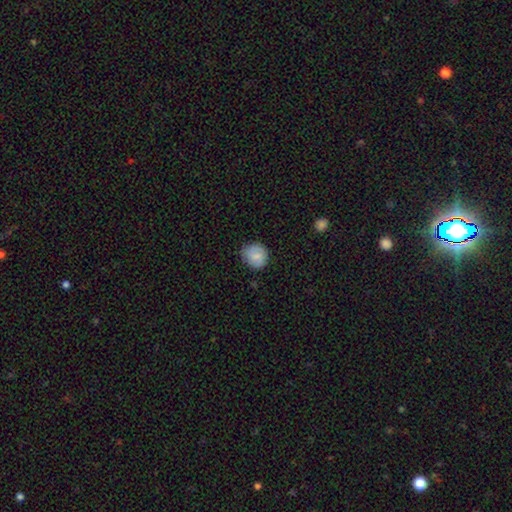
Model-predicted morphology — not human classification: The model was most divided on "merging": none: 76%, minor disturbance: 19%, major disturbance: 4%, merger: 1%. More confident: how rounded — round (83%); smooth or featured — smooth (77%).